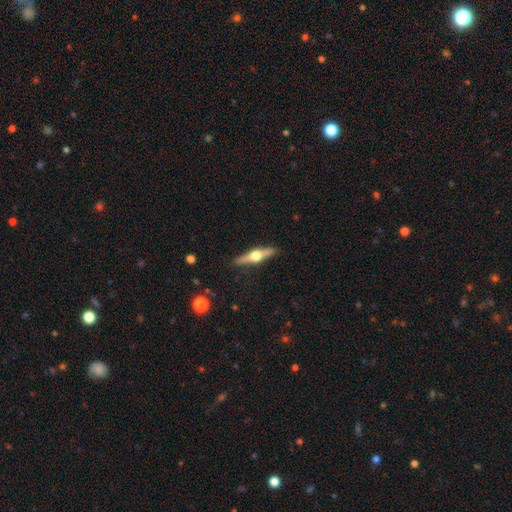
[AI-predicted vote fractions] Overall: featured or disk (74%). Edge-on disk: yes (98%). Edge-on bulge: rounded (96%). Merging: none (90%).